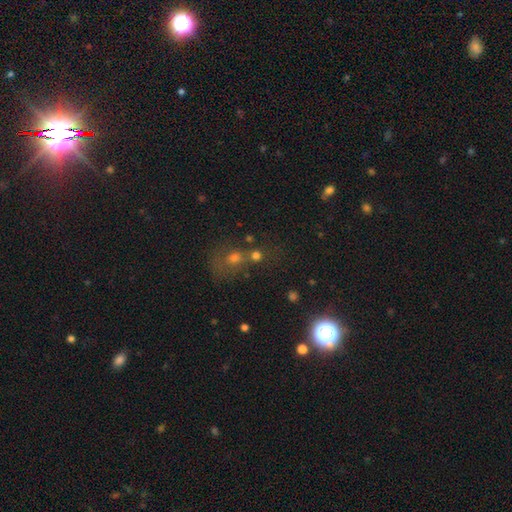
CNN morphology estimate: smooth_or_featured: smooth (p=0.53) [alt: star or artifact p=0.31]
how_rounded: round (p=0.70) [alt: in between p=0.27]
merging: merger (p=0.42) [alt: none p=0.36]